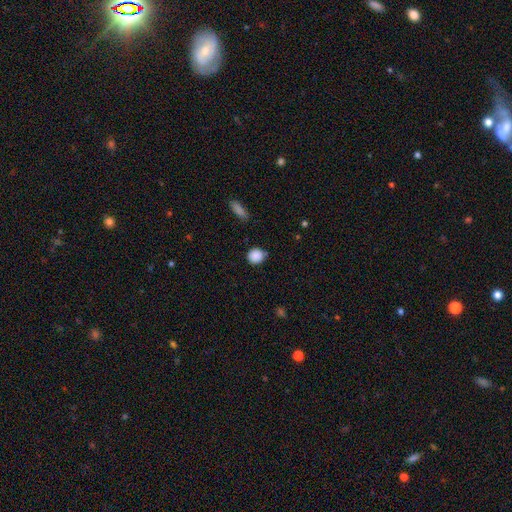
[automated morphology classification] A smooth galaxy with no disk features (88%) that is round (88%). Merging: none (82%).